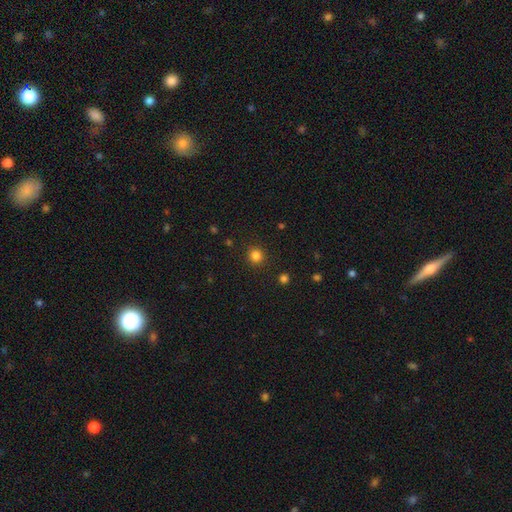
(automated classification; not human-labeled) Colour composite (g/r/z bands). It shows a smooth galaxy with no disk features (83%) that is round (93%). Merging: none (91%).